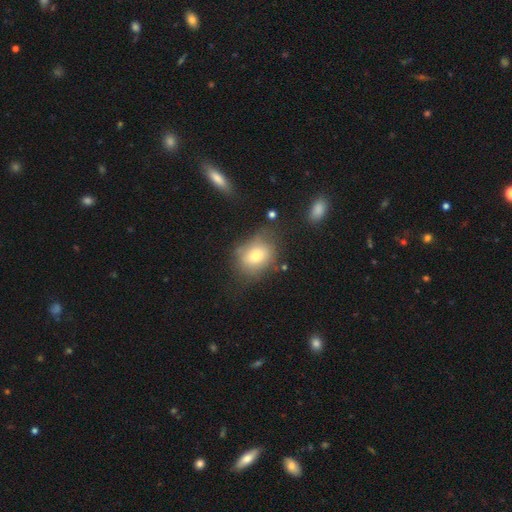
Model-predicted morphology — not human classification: smooth_or_featured: smooth (p=0.72) [alt: featured or disk p=0.18]
how_rounded: in between (p=0.54) [alt: round p=0.45]
merging: none (p=0.59) [alt: minor disturbance p=0.24]